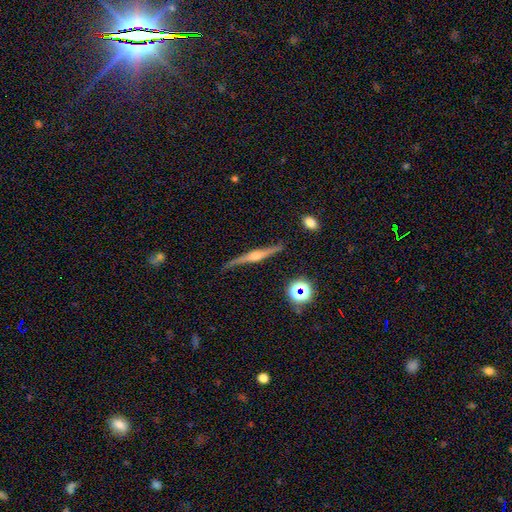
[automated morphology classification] Smooth or featured? featured or disk (81%)
Edge-on disk? yes (96%)
Edge-on bulge? rounded (88%)
Merging? none (83%)